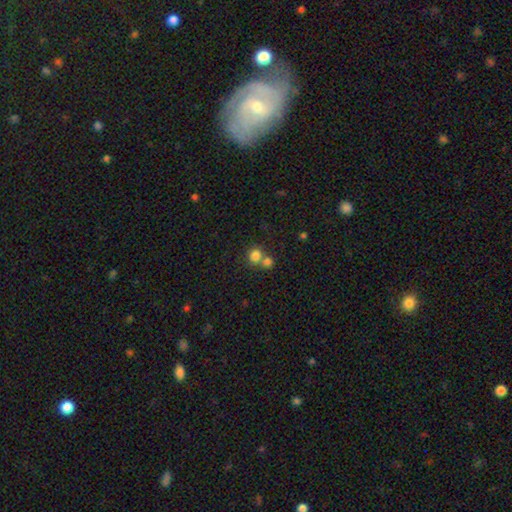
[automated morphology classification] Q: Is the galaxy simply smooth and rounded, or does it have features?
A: smooth — 80%.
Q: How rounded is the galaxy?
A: round — 80%.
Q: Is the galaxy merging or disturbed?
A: merger — 46%.